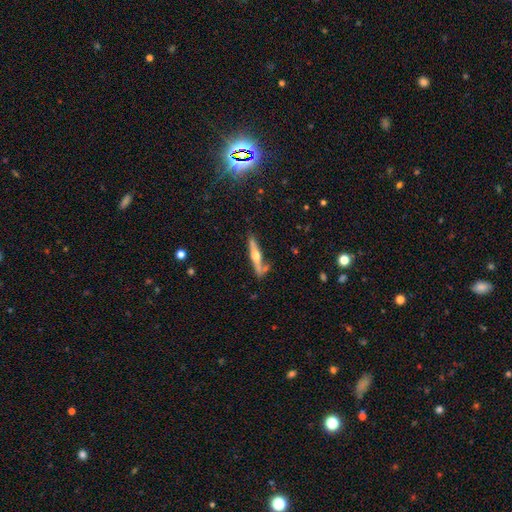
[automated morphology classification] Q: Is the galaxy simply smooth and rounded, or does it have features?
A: featured or disk — 65%.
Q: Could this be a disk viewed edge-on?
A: yes — 96%.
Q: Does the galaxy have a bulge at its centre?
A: rounded — 93%.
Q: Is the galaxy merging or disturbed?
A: none — 75%.